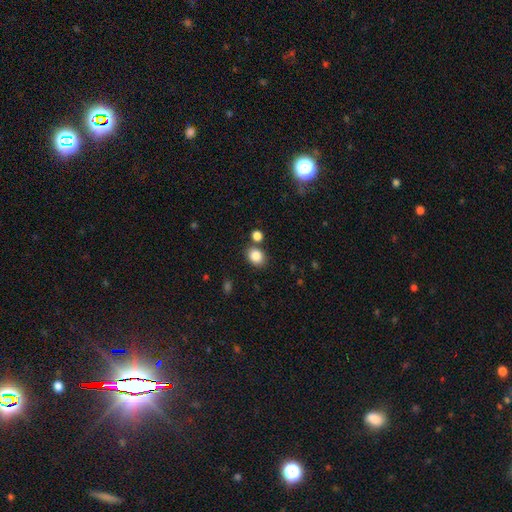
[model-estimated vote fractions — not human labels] This appears to be a smooth galaxy with no disk features (85%) that is round (57%). Merging: none (75%).